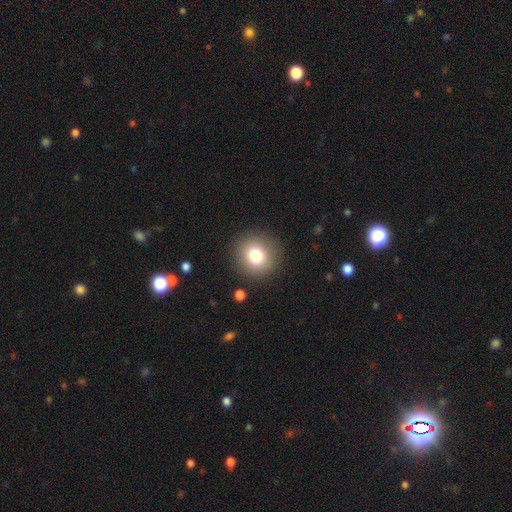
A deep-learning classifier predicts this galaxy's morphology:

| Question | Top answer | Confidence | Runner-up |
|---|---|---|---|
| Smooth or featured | smooth | 78% | star or artifact (11%) |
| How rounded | round | 92% | in between (7%) |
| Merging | none | 89% | minor disturbance (7%) |